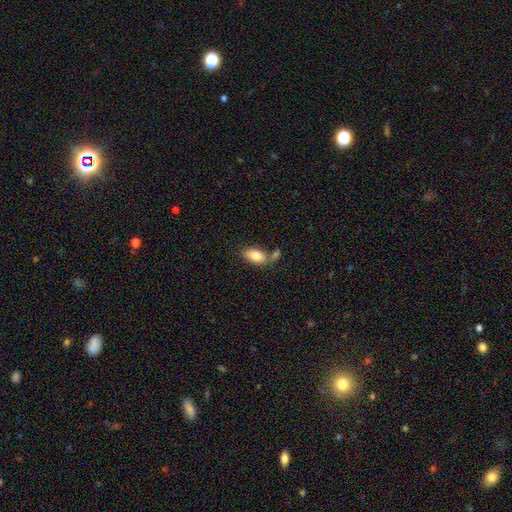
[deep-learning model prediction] Smooth or featured? Predicted: smooth (p=0.84). How rounded? Predicted: in between (p=0.92). Merging? Predicted: none (p=0.56).